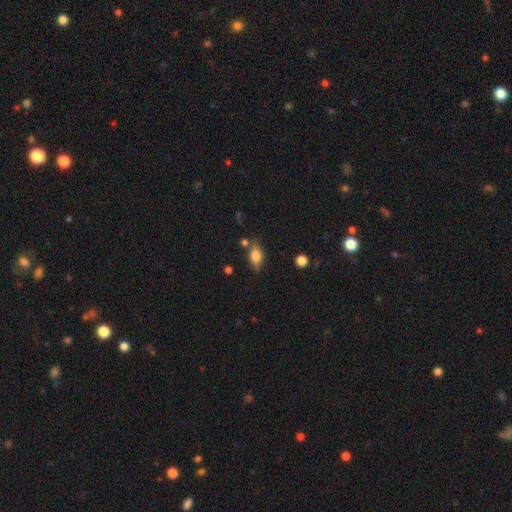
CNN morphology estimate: Q: Smooth or featured?
A: smooth (68%); runner-up: featured or disk (24%)
Q: How rounded?
A: in between (81%); runner-up: cigar-shaped (11%)
Q: Merging?
A: none (73%); runner-up: minor disturbance (17%)